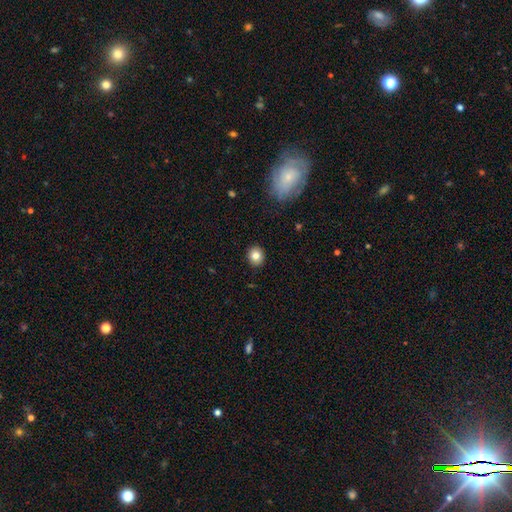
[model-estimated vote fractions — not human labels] Smooth or featured: smooth — 82% (star or artifact — 10%)
How rounded: round — 74% (in between — 25%)
Merging: none — 91% (minor disturbance — 6%)